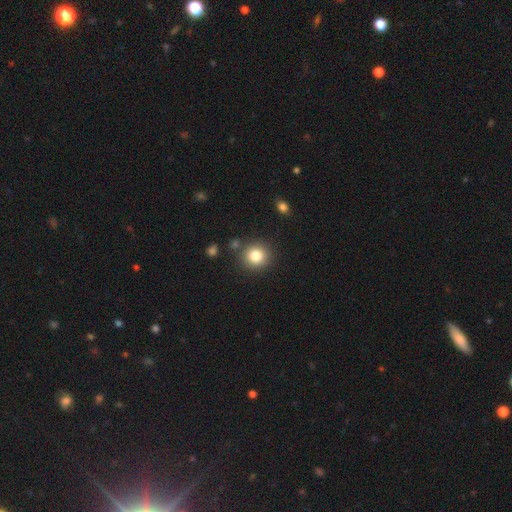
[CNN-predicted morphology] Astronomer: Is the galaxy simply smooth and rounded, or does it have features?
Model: smooth — 81%.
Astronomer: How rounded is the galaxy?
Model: round — 90%.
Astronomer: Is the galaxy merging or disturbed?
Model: none — 85%.